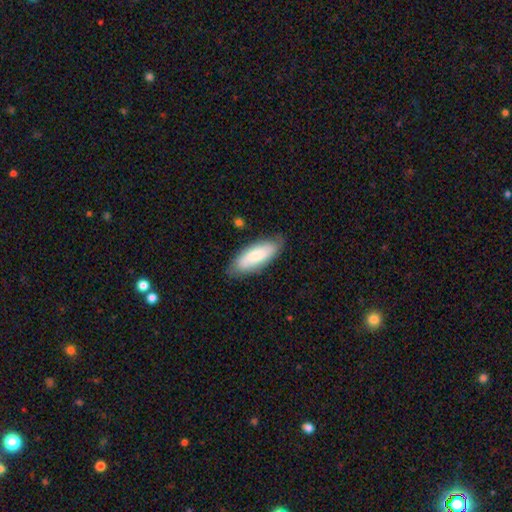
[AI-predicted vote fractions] This appears to be a smooth galaxy with no disk features (73%) that is in between round and cigar-shaped (72%). Merging: none (78%).